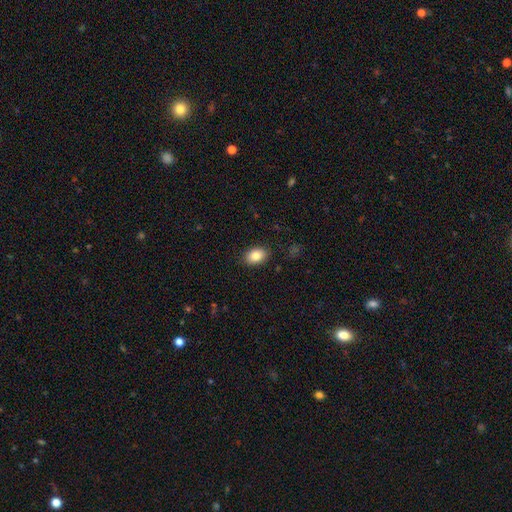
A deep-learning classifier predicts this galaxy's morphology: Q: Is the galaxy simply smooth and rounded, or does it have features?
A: smooth — 85%.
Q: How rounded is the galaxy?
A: in between — 84%.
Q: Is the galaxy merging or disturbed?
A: none — 88%.